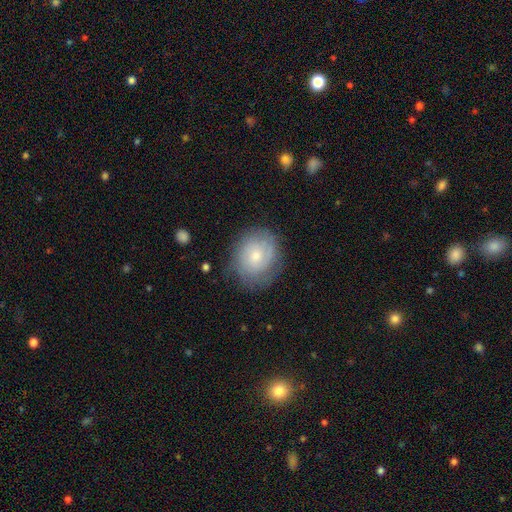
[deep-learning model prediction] This appears to be a featured or disk galaxy (52%) with no bar (73%), spiral arms (82%) and a moderate central bulge (48%). Merging: none (75%).